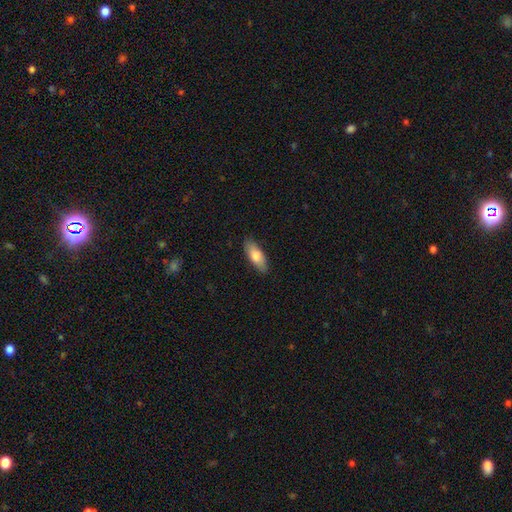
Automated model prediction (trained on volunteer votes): Smooth or featured? Predicted: smooth (p=0.76). How rounded? Predicted: in between (p=0.71). Merging? Predicted: none (p=0.86).